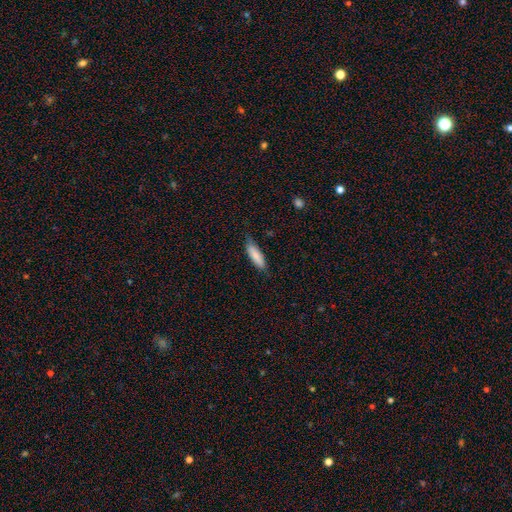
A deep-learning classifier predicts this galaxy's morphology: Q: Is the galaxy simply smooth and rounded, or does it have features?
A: smooth — 85%.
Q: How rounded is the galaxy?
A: cigar-shaped — 56%.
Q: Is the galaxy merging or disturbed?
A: none — 74%.